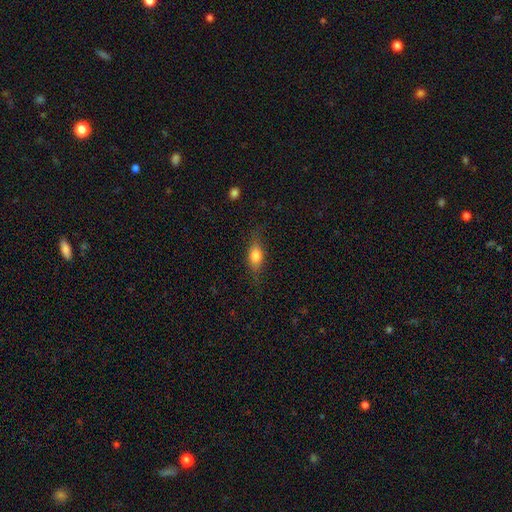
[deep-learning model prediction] A smooth galaxy with no disk features (74%) that is in between round and cigar-shaped (75%). Merging: none (76%).